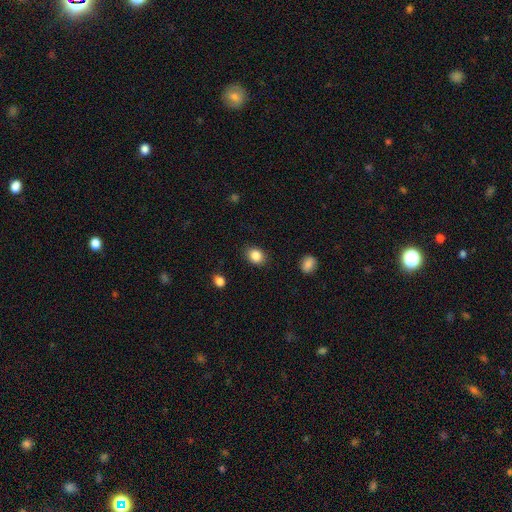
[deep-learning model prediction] smooth-or-featured: smooth: 86% | star or artifact: 9% | featured or disk: 5%
  how-rounded: in between: 53% | round: 46% | cigar-shaped: 1%
  merging: none: 86% | minor disturbance: 10% | major disturbance: 3% | merger: 1%